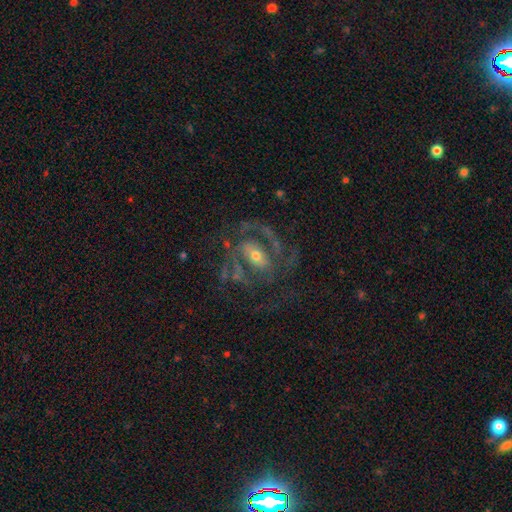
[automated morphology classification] This is clearly a featured or disk galaxy (82%). It is clearly not viewed edge-on (96%). Bar: marginally weak (38%). Spiral arm pattern: clearly yes (82%). Spiral arm count: possibly 2 (48%). Spiral winding: possibly medium (47%). Central bulge: possibly small (49%). Merging: possibly none (56%).